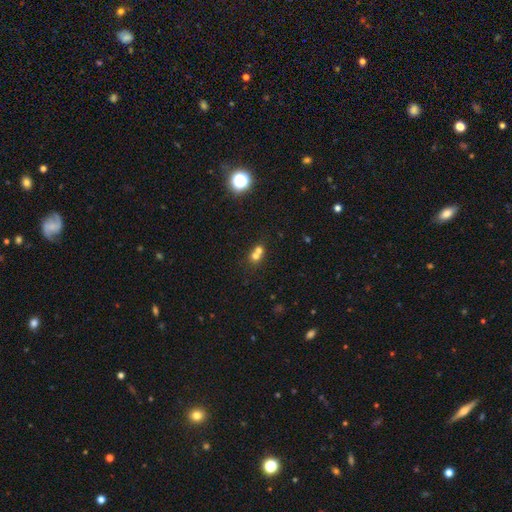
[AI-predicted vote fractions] smooth-or-featured: smooth: 64% | star or artifact: 20% | featured or disk: 16%
  how-rounded: round: 78% | in between: 20% | cigar-shaped: 1%
  merging: merger: 62% | none: 31% | minor disturbance: 5% | major disturbance: 3%